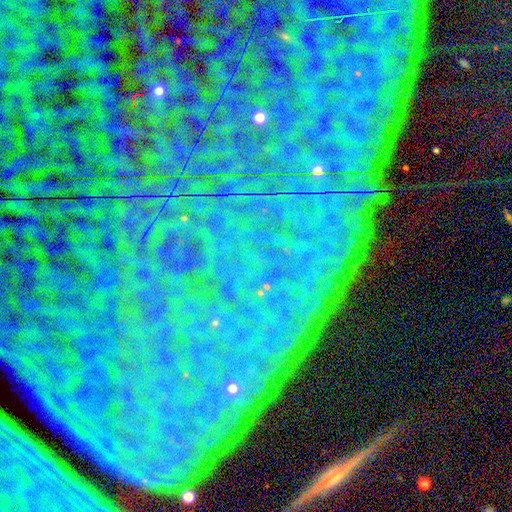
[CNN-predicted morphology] smooth_or_featured: star or artifact (p=0.82) [alt: featured or disk p=0.09]